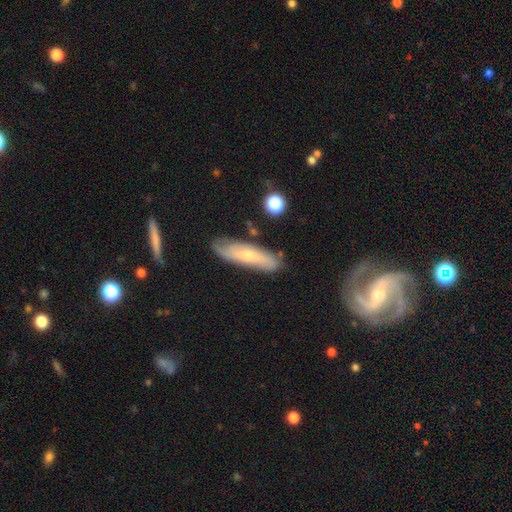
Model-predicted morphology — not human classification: This appears to be a smooth galaxy with no disk features (47%). Merging: none (70%).